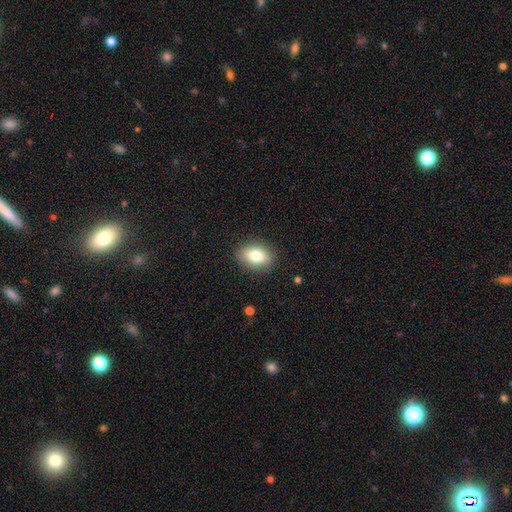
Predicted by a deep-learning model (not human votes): smooth-or-featured: smooth: 79% | featured or disk: 13% | star or artifact: 8%
  how-rounded: in between: 81% | round: 17% | cigar-shaped: 2%
  merging: none: 87% | minor disturbance: 9% | major disturbance: 2% | merger: 1%